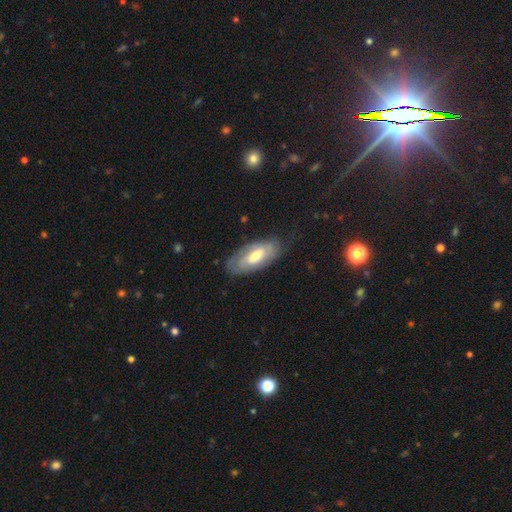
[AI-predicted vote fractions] Overall: featured or disk (61%; smooth 33%). Edge-on disk: no (88%). Bar: no (46%; weak 40%). Spiral arms: yes (76%). Bulge size: moderate (61%; small 26%). Merging: none (67%).